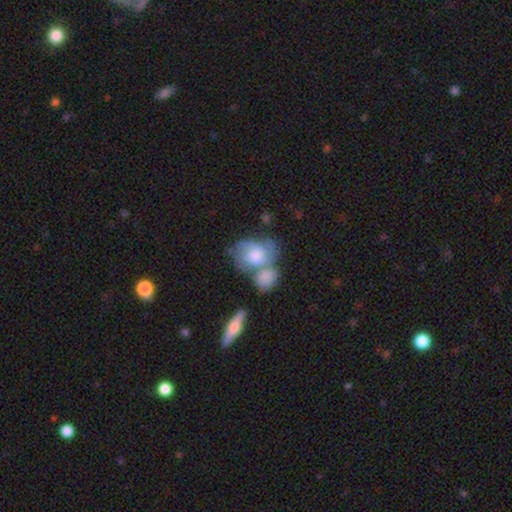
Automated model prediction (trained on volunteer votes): Smooth or featured?
  - featured or disk: 67% *
  - smooth: 26%
  - star or artifact: 8%
Edge-on disk?
  - no: 95% *
  - yes: 5%
Bar?
  - no: 64% *
  - weak: 30%
  - strong: 5%
Spiral arms?
  - yes: 88% *
  - no: 12%
Spiral winding?
  - medium: 45% *
  - tight: 40%
  - loose: 15%
Spiral arm count?
  - 2: 39% *
  - can't tell: 25%
  - 3: 23%
  - 1: 5%
  - 4: 4%
  - more than 4: 3%
Bulge size?
  - moderate: 50% *
  - small: 26%
  - large: 14%
  - none: 8%
  - dominant: 2%
Merging?
  - merger: 41% *
  - none: 34%
  - minor disturbance: 15%
  - major disturbance: 10%